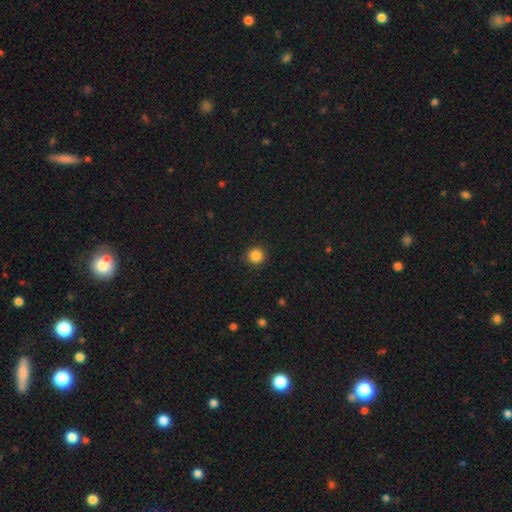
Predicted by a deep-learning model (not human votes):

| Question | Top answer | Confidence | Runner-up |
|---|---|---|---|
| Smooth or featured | smooth | 86% | star or artifact (11%) |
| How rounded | round | 94% | in between (5%) |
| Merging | none | 92% | minor disturbance (6%) |